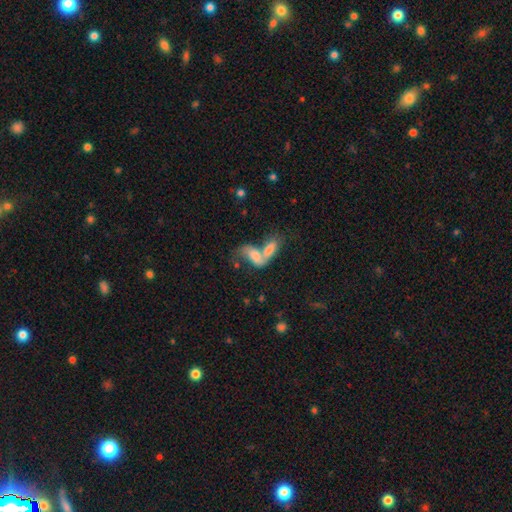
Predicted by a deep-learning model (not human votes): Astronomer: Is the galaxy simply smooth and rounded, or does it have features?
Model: smooth — 58% (runner-up: featured or disk, 33%).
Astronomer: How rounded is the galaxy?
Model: in between — 79%.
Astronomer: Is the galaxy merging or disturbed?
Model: merger — 75%.